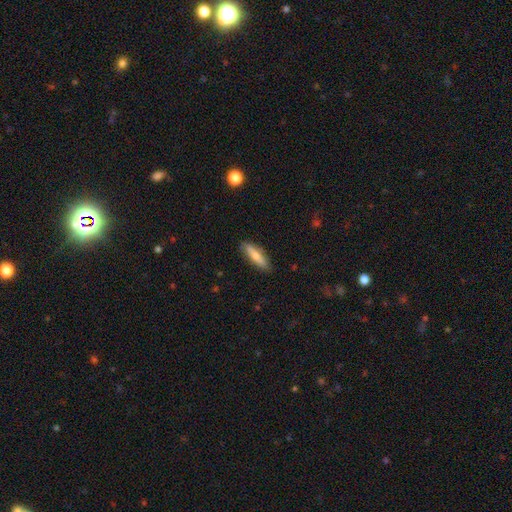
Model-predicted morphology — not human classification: Smooth or featured: smooth — 74% (featured or disk — 20%)
How rounded: cigar-shaped — 73% (in between — 26%)
Merging: none — 85% (minor disturbance — 11%)